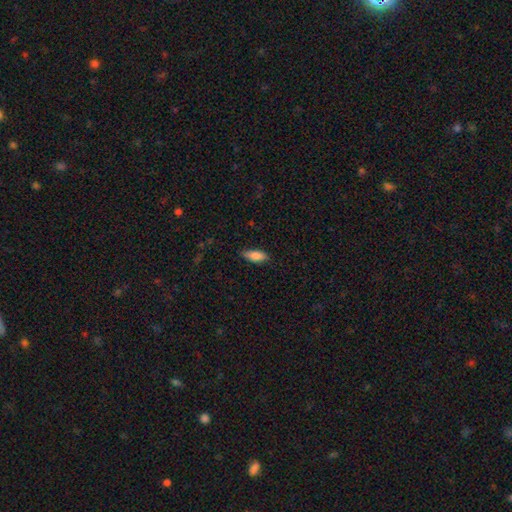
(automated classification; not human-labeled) smooth_or_featured: smooth (p=0.84) [alt: featured or disk p=0.10]
how_rounded: in between (p=0.75) [alt: cigar-shaped p=0.23]
merging: none (p=0.81) [alt: minor disturbance p=0.15]